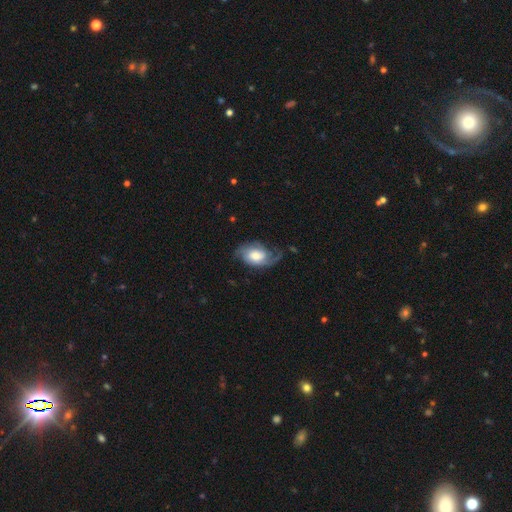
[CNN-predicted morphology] Smooth or featured? featured or disk (70%)
Edge-on disk? no (96%)
Bar? no (65%)
Spiral arms? yes (91%)
Spiral winding? medium (40%)
Spiral arm count? 2 (62%)
Bulge size? moderate (49%)
Merging? none (53%)